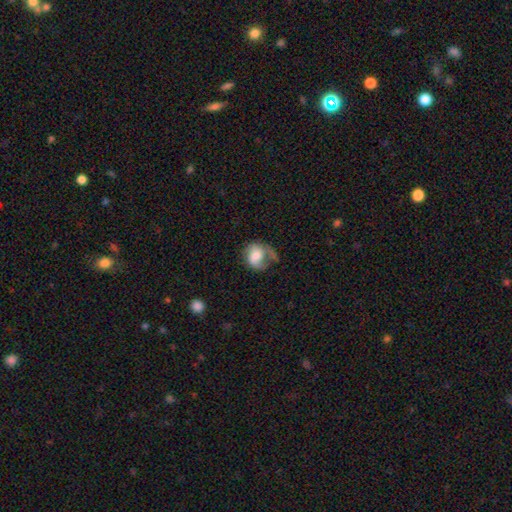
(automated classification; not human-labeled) A smooth galaxy with no disk features (50%) that is round (58%).

Vote fractions:
- Smooth or featured? smooth: 50% / featured or disk: 42% / star or artifact: 8%
- How rounded? round: 58% / in between: 41% / cigar-shaped: 1%
- Merging? none: 34% / major disturbance: 33% / minor disturbance: 28% / merger: 5%